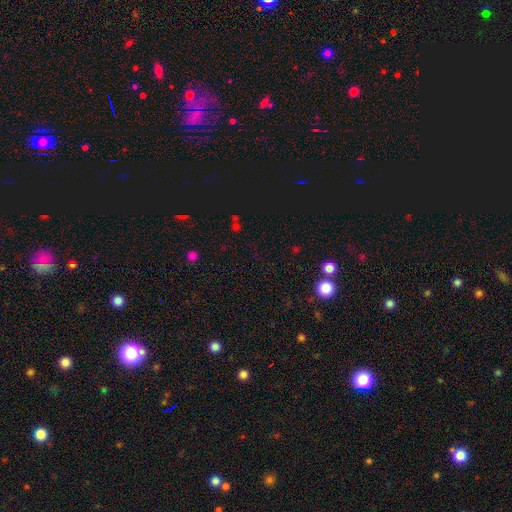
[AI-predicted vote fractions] The model was most divided on "smooth or featured": star or artifact: 60%, smooth: 32%, featured or disk: 7%.